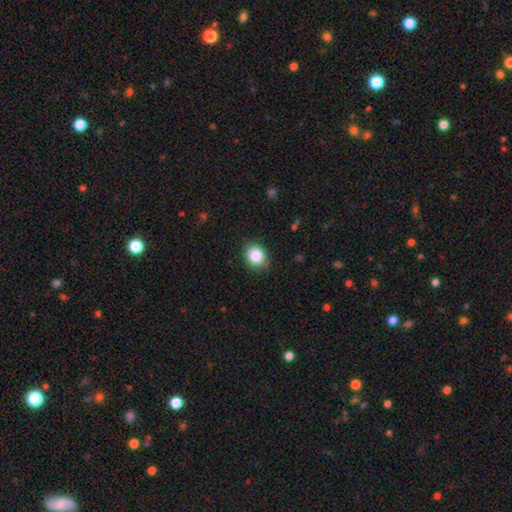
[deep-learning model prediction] Smooth or featured?
  - smooth: 86% *
  - star or artifact: 9%
  - featured or disk: 5%
How rounded?
  - round: 64% *
  - in between: 35%
  - cigar-shaped: 1%
Merging?
  - none: 86% *
  - minor disturbance: 11%
  - major disturbance: 3%
  - merger: 1%